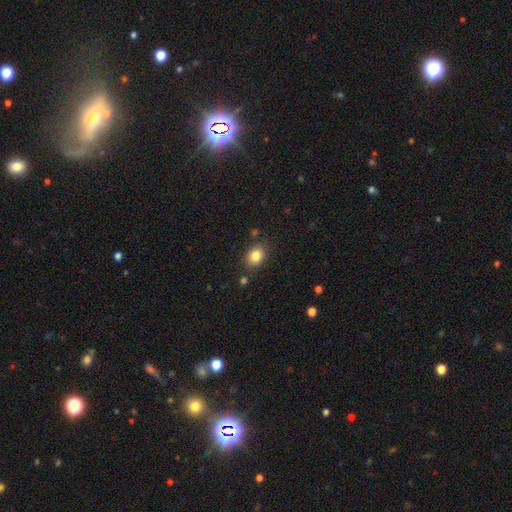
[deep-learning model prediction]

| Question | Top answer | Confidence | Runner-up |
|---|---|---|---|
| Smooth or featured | smooth | 83% | star or artifact (10%) |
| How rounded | in between | 60% | round (39%) |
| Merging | none | 82% | minor disturbance (11%) |